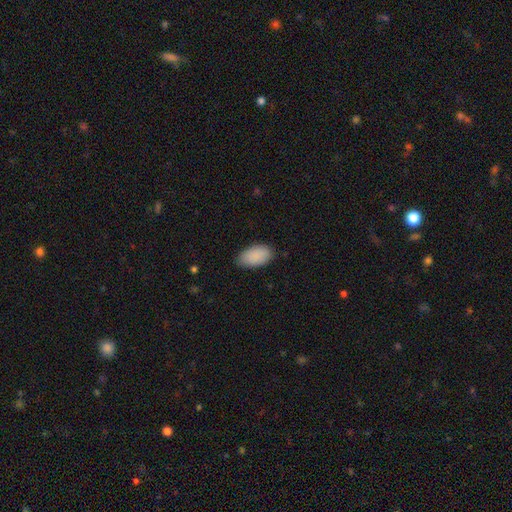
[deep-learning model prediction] smooth-or-featured: smooth: 90% | star or artifact: 6% | featured or disk: 4%
  how-rounded: in between: 95% | round: 3% | cigar-shaped: 2%
  merging: none: 81% | minor disturbance: 16% | major disturbance: 3% | merger: 1%